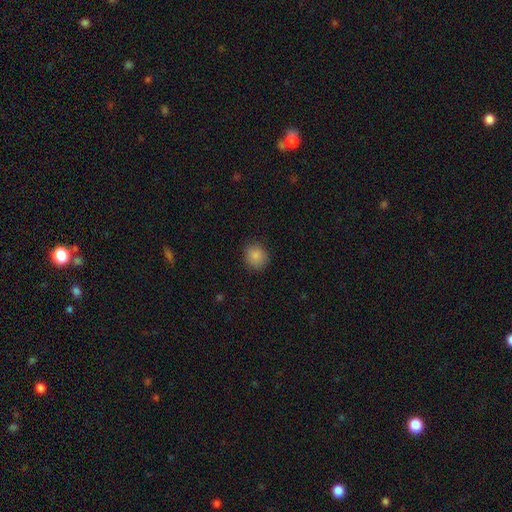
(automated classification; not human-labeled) Smooth or featured: smooth — 86% (star or artifact — 10%)
How rounded: round — 82% (in between — 17%)
Merging: none — 87% (minor disturbance — 9%)